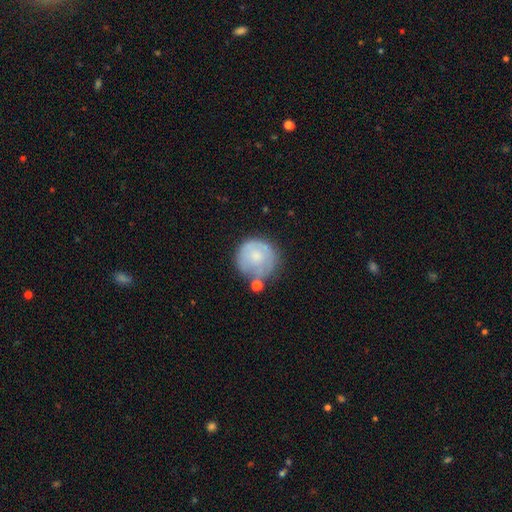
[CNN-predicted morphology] smooth_or_featured: smooth (p=0.60) [alt: featured or disk p=0.33]
how_rounded: round (p=0.93) [alt: in between p=0.06]
merging: none (p=0.60) [alt: minor disturbance p=0.21]